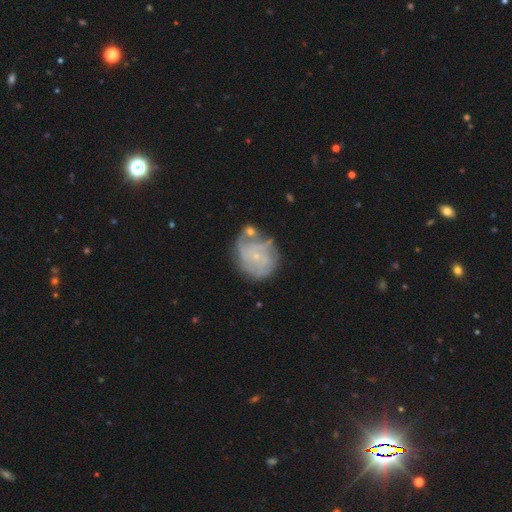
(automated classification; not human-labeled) Smooth or featured: featured or disk — 71% (smooth — 21%)
Edge-on disk: no — 98% (yes — 2%)
Bar: no — 79% (weak — 18%)
Spiral arms: yes — 79% (no — 21%)
Spiral winding: tight — 61% (medium — 27%)
Spiral arm count: can't tell — 49% (3 — 15%)
Bulge size: small — 82% (moderate — 12%)
Merging: none — 49% (minor disturbance — 23%)